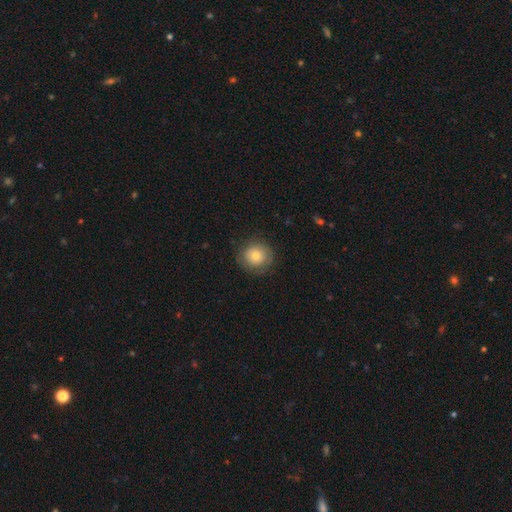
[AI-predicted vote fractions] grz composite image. It shows a smooth galaxy with no disk features (69%) that is round (90%). Merging: none (81%).